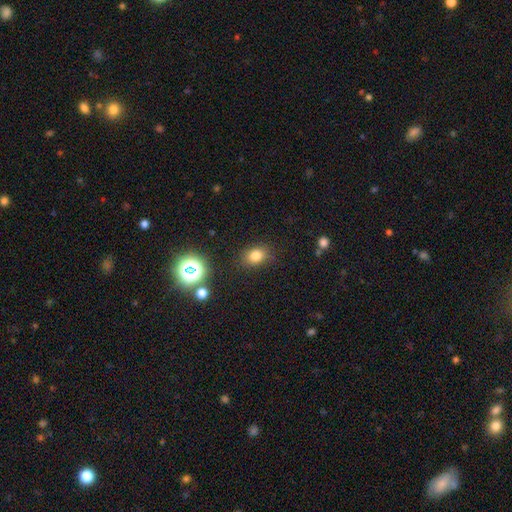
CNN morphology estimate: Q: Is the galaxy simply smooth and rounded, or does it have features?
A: smooth — 78%.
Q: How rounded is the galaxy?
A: in between — 60%.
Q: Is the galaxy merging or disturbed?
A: none — 85%.